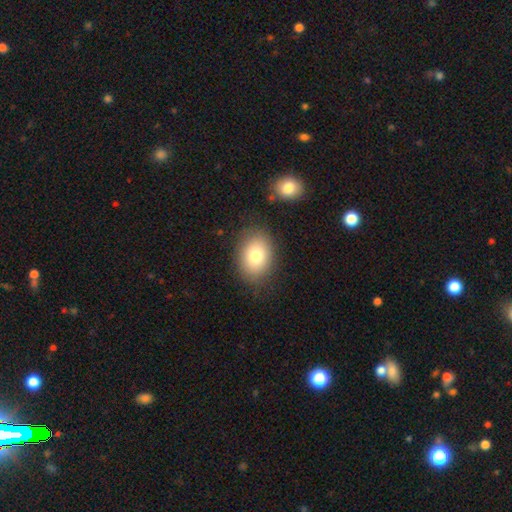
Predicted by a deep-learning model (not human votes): A smooth galaxy with no disk features (79%) that is in between round and cigar-shaped (70%). Merging: none (83%).